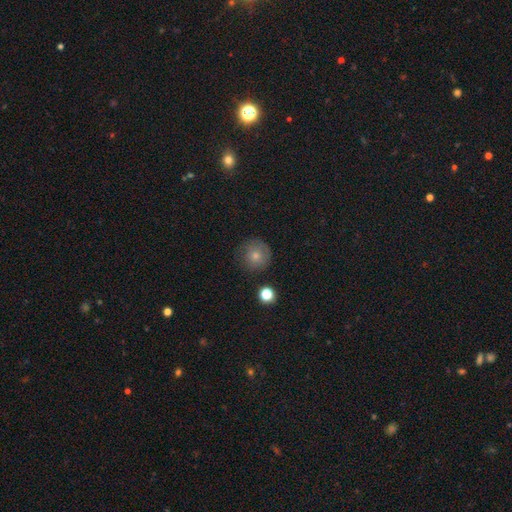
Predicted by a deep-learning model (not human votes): Smooth or featured: smooth — 75% (featured or disk — 14%)
How rounded: round — 94% (in between — 5%)
Merging: none — 77% (minor disturbance — 16%)